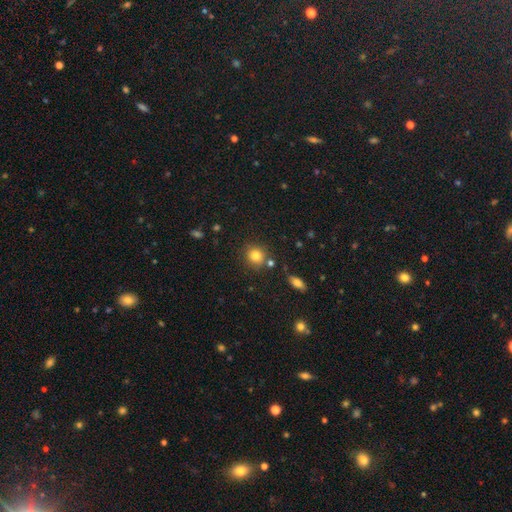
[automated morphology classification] Smooth or featured? smooth (81%)
How rounded? round (87%)
Merging? none (79%)